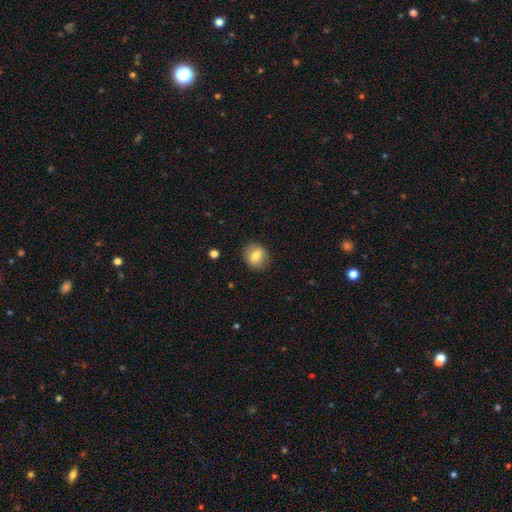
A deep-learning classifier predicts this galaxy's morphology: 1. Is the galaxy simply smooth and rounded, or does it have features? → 75% smooth, 16% featured or disk, 9% star or artifact.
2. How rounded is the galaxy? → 71% round, 27% in between, 1% cigar-shaped.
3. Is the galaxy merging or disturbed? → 86% none, 10% minor disturbance, 3% major disturbance, 1% merger.